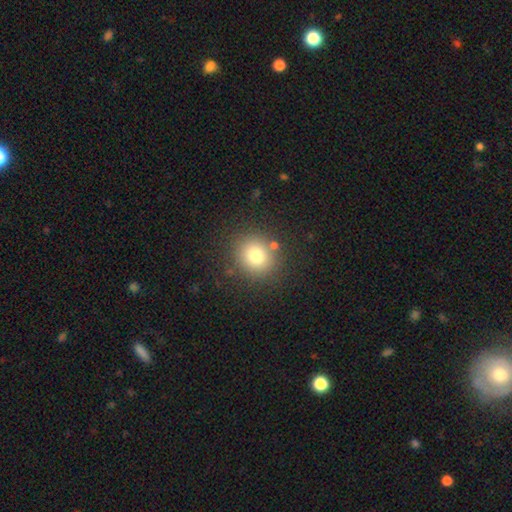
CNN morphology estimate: Smooth or featured?
  - smooth: 77% *
  - star or artifact: 14%
  - featured or disk: 10%
How rounded?
  - round: 87% *
  - in between: 12%
  - cigar-shaped: 1%
Merging?
  - none: 83% *
  - minor disturbance: 9%
  - merger: 5%
  - major disturbance: 4%